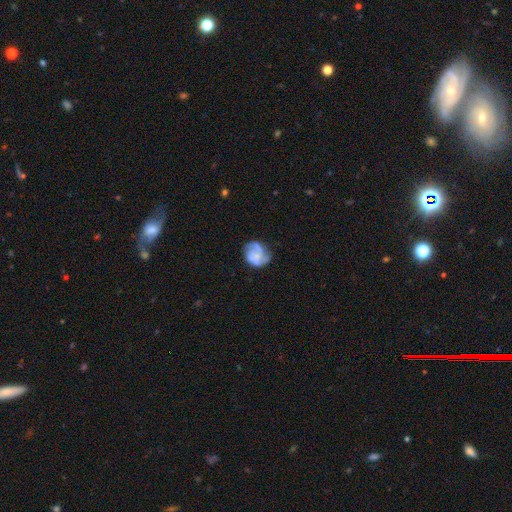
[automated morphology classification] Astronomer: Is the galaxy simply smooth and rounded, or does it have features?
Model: featured or disk — 56% (runner-up: smooth, 35%).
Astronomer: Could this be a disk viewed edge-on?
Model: no — 98%.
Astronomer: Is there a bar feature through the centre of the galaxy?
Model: no — 77%.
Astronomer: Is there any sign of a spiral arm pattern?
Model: yes — 78%.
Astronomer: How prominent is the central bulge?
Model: none — 57%.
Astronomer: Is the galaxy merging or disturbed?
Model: none — 58%.